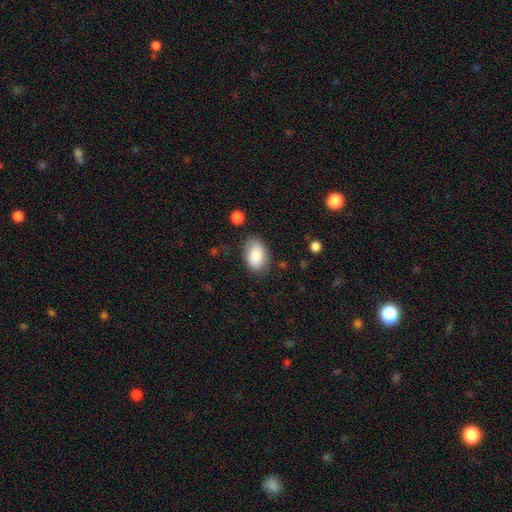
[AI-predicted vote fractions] Q: Smooth or featured?
A: smooth (85%); runner-up: featured or disk (9%)
Q: How rounded?
A: in between (91%); runner-up: round (8%)
Q: Merging?
A: none (78%); runner-up: minor disturbance (16%)